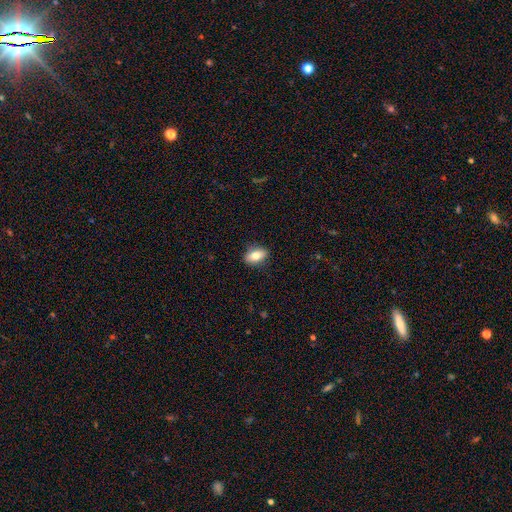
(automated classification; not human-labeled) A smooth galaxy with no disk features (78%) that is in between round and cigar-shaped (85%). Merging: none (86%).